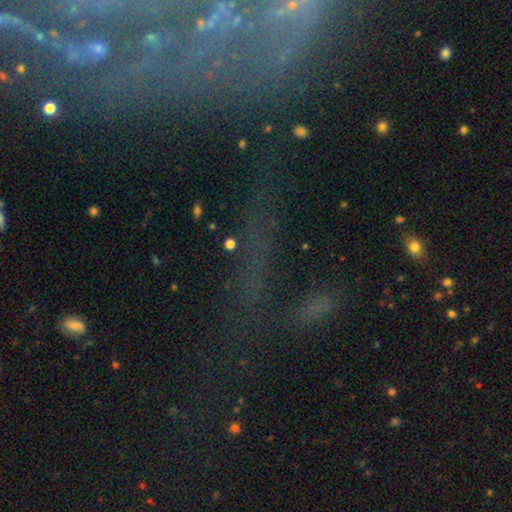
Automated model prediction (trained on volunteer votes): smooth_or_featured: star or artifact (p=0.57) [alt: smooth p=0.23]